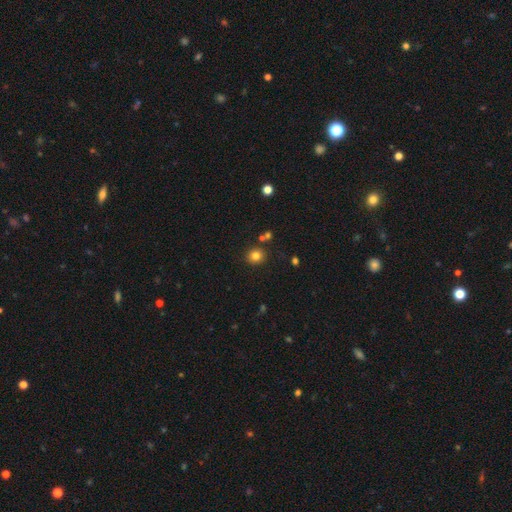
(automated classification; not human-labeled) A smooth galaxy with no disk features (81%) that is round (86%). Merging: none (85%).